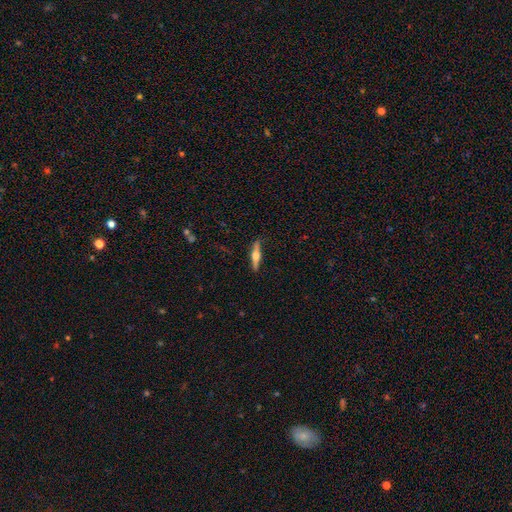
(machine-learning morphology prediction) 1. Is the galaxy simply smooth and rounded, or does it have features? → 65% featured or disk, 29% smooth, 6% star or artifact.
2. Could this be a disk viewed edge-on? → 97% yes, 3% no.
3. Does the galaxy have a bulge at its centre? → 95% rounded, 3% boxy, 2% none.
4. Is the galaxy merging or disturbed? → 87% none, 9% minor disturbance, 2% major disturbance, 1% merger.